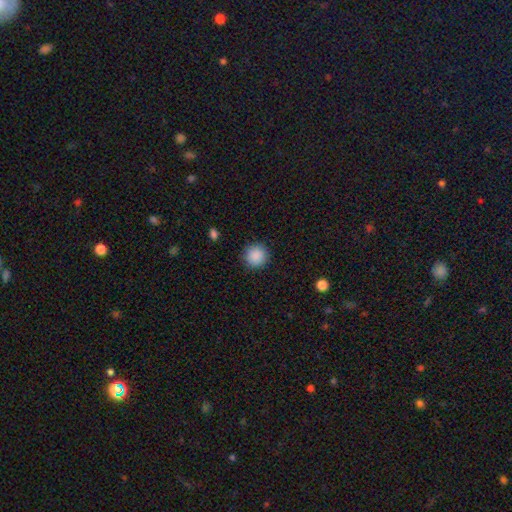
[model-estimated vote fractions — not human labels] smooth-or-featured: smooth: 89% | star or artifact: 8% | featured or disk: 3%
  how-rounded: round: 94% | in between: 5% | cigar-shaped: 1%
  merging: none: 91% | minor disturbance: 6% | major disturbance: 2% | merger: 1%